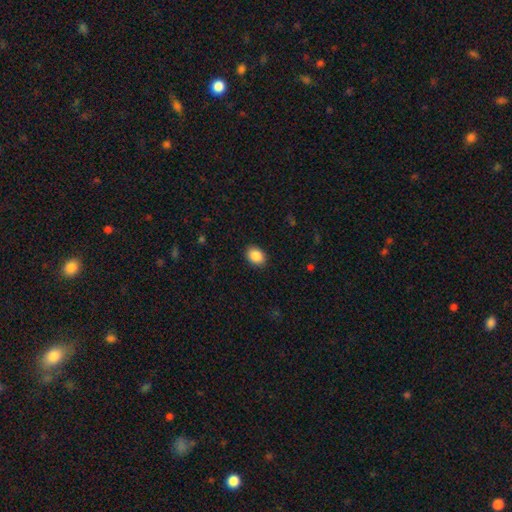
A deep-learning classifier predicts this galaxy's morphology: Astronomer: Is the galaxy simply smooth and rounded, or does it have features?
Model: smooth — 89%.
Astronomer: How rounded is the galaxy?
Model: in between — 69%.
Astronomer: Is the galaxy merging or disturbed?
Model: none — 89%.